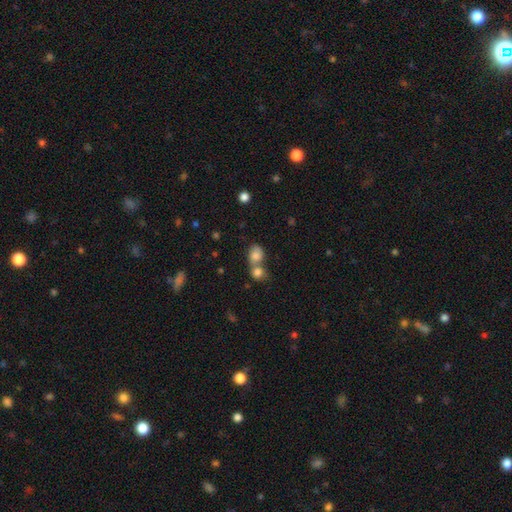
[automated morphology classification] Q: Smooth or featured?
A: smooth (79%); runner-up: featured or disk (11%)
Q: How rounded?
A: in between (55%); runner-up: round (43%)
Q: Merging?
A: merger (58%); runner-up: none (29%)